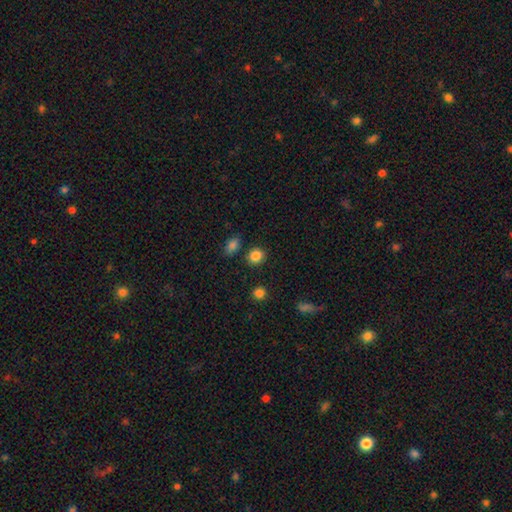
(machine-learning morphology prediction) This appears to be a smooth galaxy with no disk features (85%) that is round (72%). Merging: none (83%).